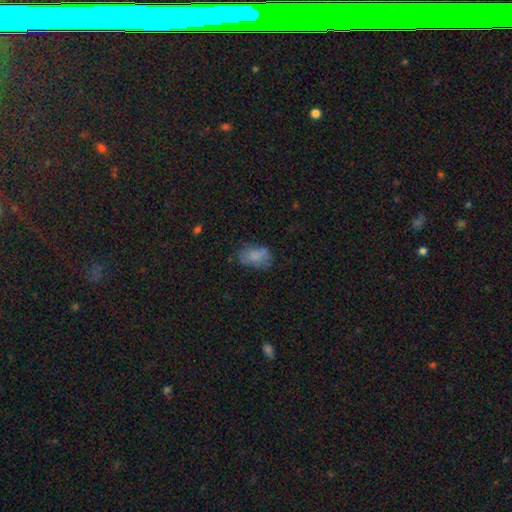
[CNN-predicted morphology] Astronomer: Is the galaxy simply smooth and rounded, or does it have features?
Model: smooth — 71%.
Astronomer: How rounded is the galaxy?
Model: in between — 84%.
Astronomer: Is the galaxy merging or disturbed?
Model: none — 53% (runner-up: minor disturbance, 28%).